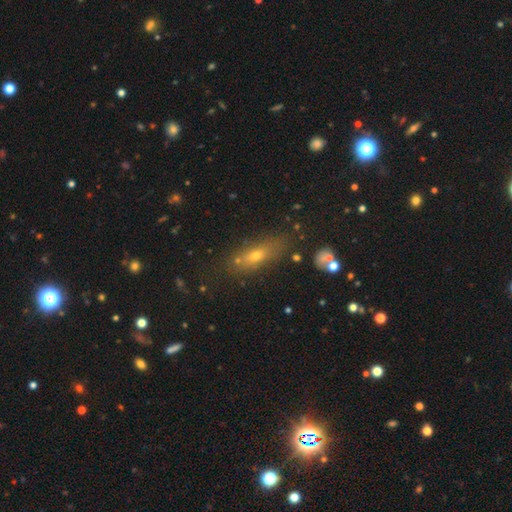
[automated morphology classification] This appears to be a smooth galaxy with no disk features (60%) that is in between round and cigar-shaped (54%). Merging: none (70%).